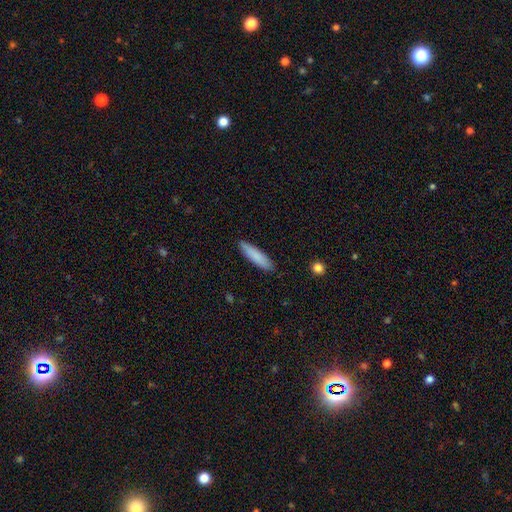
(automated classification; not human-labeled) smooth 83%, featured or disk 11%, star or artifact 6%. Down the decision tree: how rounded — cigar-shaped (77%); merging — none (87%).